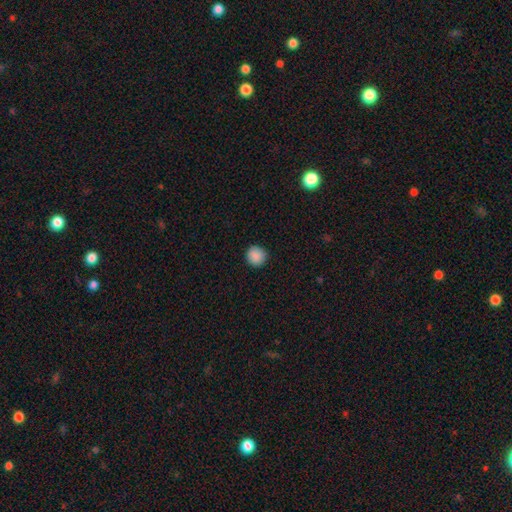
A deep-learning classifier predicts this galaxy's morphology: smooth 89%, star or artifact 9%, featured or disk 2%. Down the decision tree: how rounded — round (94%); merging — none (91%).